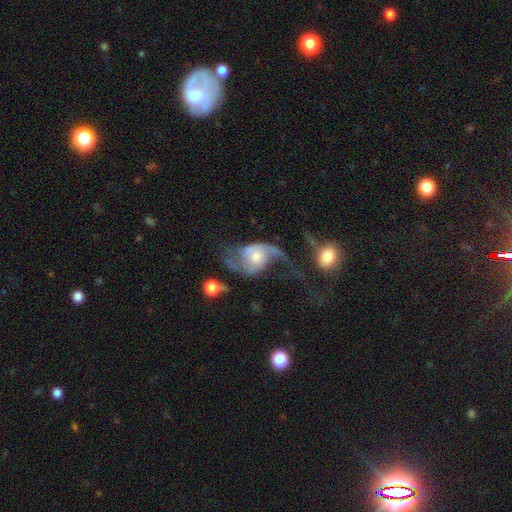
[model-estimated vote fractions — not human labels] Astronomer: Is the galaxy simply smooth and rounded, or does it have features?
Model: featured or disk — 82%.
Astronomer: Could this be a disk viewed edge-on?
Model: no — 97%.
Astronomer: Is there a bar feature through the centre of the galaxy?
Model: no — 67%.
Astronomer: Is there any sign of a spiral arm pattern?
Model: yes — 92%.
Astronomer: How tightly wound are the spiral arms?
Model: loose — 64%.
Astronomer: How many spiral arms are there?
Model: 2 — 82%.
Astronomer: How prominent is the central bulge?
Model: moderate — 50% (runner-up: small, 25%).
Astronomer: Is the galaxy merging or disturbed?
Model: major disturbance — 38% (runner-up: none, 32%).